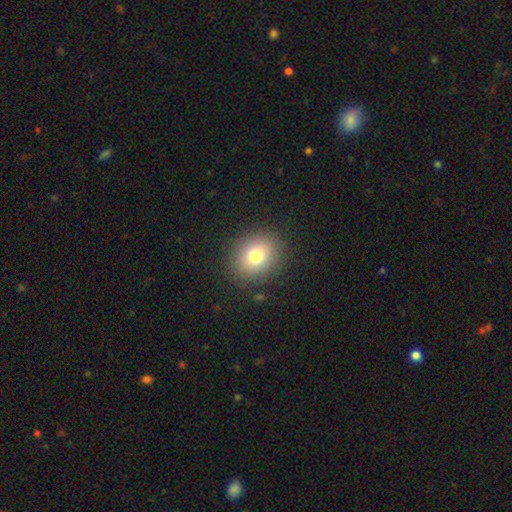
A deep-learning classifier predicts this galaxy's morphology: type=smooth (78%); roundness=round (65%); merging=none (88%).